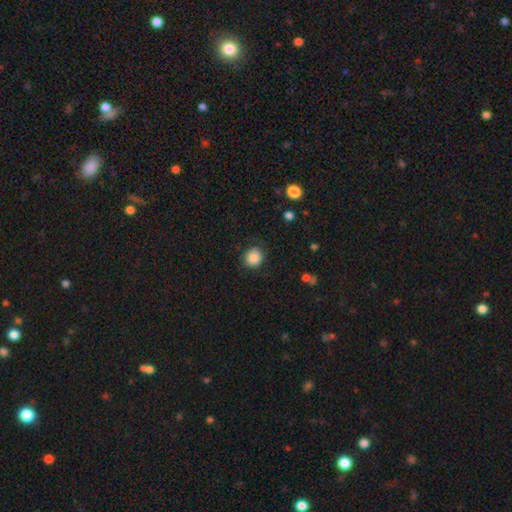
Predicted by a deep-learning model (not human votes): smooth_or_featured: smooth (p=0.87) [alt: star or artifact p=0.09]
how_rounded: round (p=0.86) [alt: in between p=0.13]
merging: none (p=0.81) [alt: minor disturbance p=0.14]